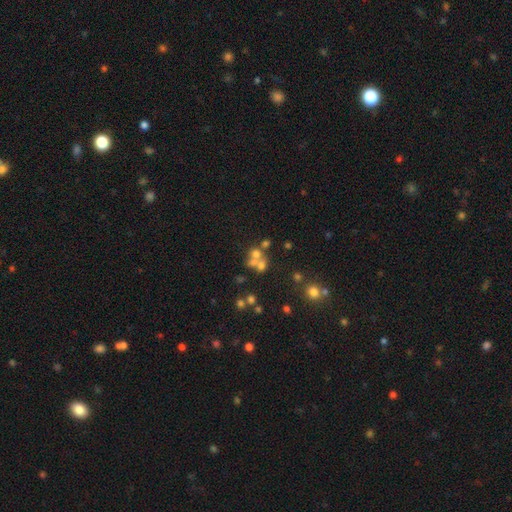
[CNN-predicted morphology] Q: Smooth or featured?
A: smooth (49%); runner-up: featured or disk (28%)
Q: Merging?
A: merger (50%); runner-up: none (37%)